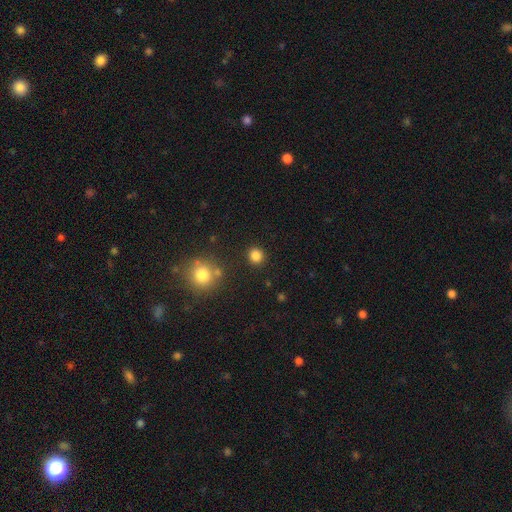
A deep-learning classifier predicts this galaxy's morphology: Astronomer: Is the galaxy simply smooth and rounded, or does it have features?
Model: smooth — 83%.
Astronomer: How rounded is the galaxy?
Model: round — 89%.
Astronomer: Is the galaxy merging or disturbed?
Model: none — 88%.